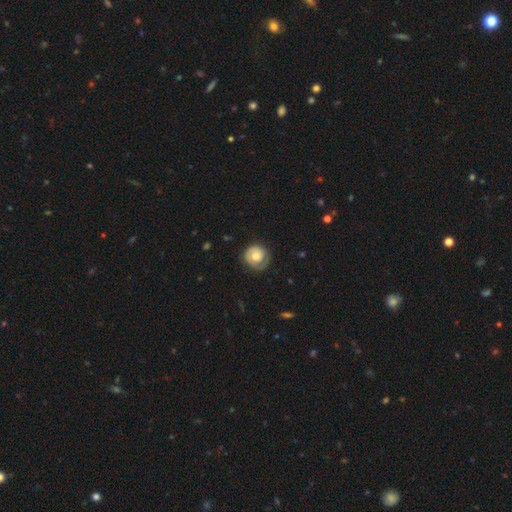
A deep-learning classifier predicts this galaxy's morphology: Smooth or featured? Predicted: featured or disk (p=0.56). Edge-on disk? Predicted: no (p=0.98). Bar? Predicted: no (p=0.74). Spiral arms? Predicted: yes (p=0.82). Bulge size? Predicted: moderate (p=0.64). Merging? Predicted: none (p=0.73).